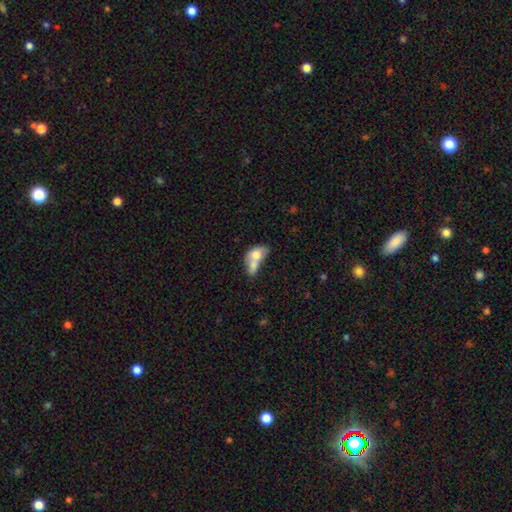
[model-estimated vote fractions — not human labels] smooth_or_featured: smooth (p=0.68) [alt: featured or disk p=0.24]
how_rounded: in between (p=0.80) [alt: round p=0.15]
merging: merger (p=0.67) [alt: none p=0.14]